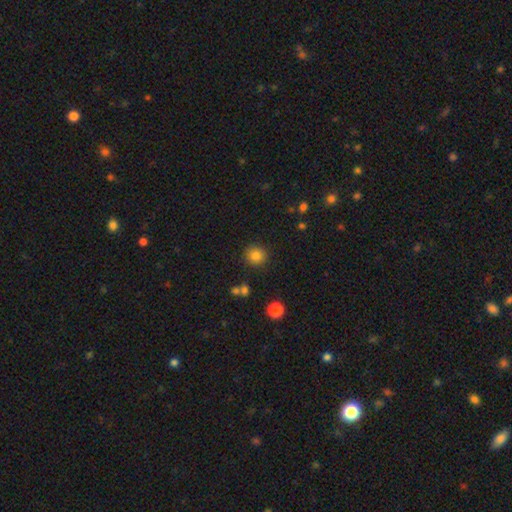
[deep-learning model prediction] smooth-or-featured: smooth: 84% | star or artifact: 11% | featured or disk: 5%
  how-rounded: round: 91% | in between: 8% | cigar-shaped: 1%
  merging: none: 88% | minor disturbance: 7% | merger: 3% | major disturbance: 2%